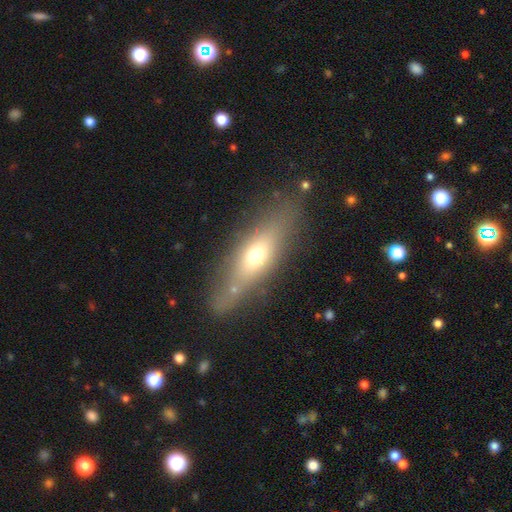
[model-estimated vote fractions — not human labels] A smooth galaxy with no disk features (52%) that is cigar-shaped (56%).

Vote fractions:
- Smooth or featured? smooth: 52% / featured or disk: 39% / star or artifact: 9%
- How rounded? cigar-shaped: 56% / in between: 40% / round: 4%
- Merging? none: 78% / minor disturbance: 13% / major disturbance: 6% / merger: 3%